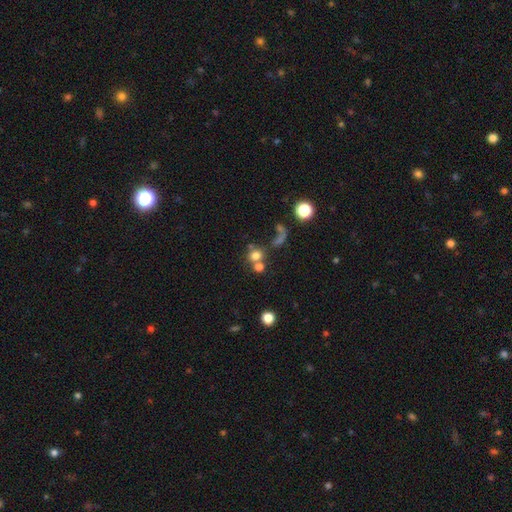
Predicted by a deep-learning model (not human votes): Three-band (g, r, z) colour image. It shows a smooth galaxy with no disk features (72%) that is round (82%). Merging: none (42%).